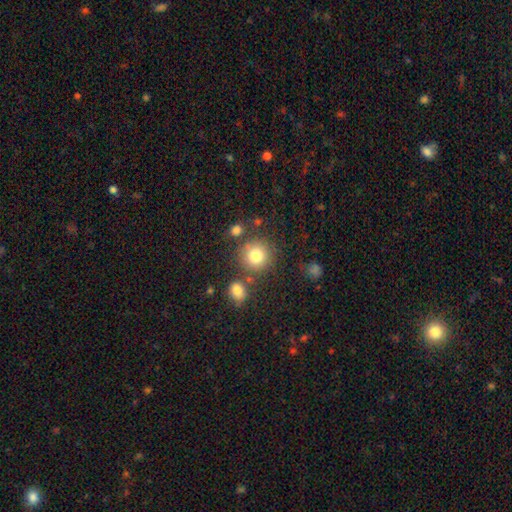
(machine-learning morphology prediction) Q: Smooth or featured?
A: smooth (80%); runner-up: star or artifact (11%)
Q: How rounded?
A: round (92%); runner-up: in between (7%)
Q: Merging?
A: none (78%); runner-up: minor disturbance (10%)